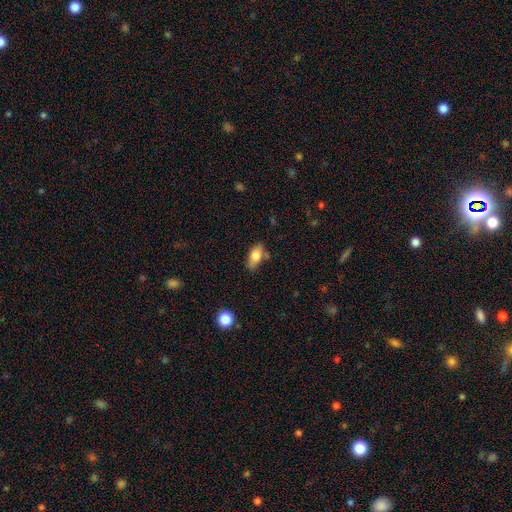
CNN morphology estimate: Smooth or featured? Predicted: smooth (p=0.74). How rounded? Predicted: in between (p=0.85). Merging? Predicted: none (p=0.72).